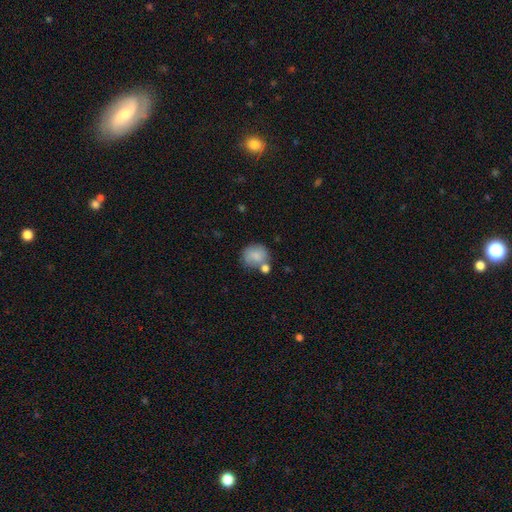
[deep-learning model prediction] smooth_or_featured: smooth (p=0.80) [alt: featured or disk p=0.12]
how_rounded: round (p=0.74) [alt: in between p=0.25]
merging: none (p=0.52) [alt: merger p=0.22]